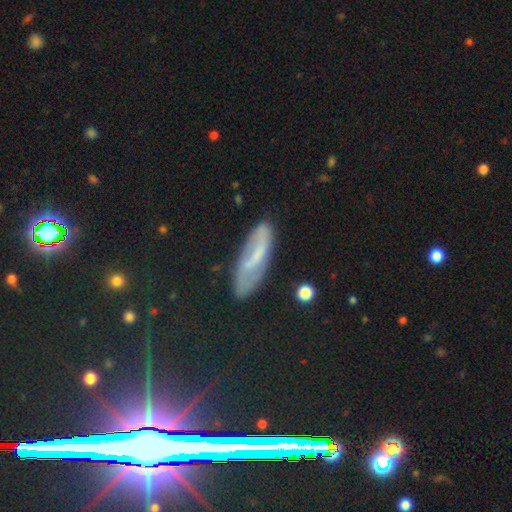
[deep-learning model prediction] Smooth or featured?
  - featured or disk: 48% *
  - smooth: 37%
  - star or artifact: 14%
Merging?
  - none: 75% *
  - minor disturbance: 18%
  - major disturbance: 5%
  - merger: 2%